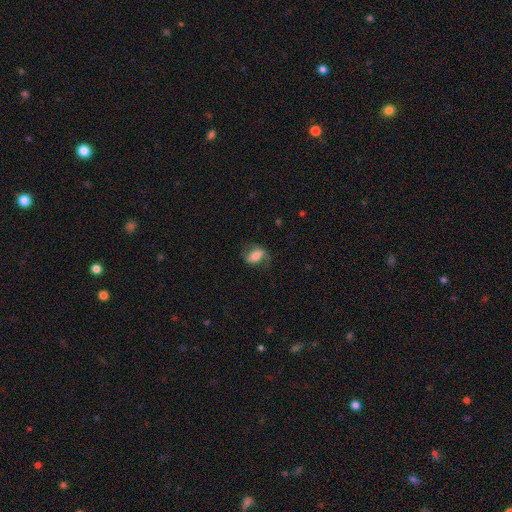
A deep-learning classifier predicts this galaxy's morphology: Smooth or featured: smooth — 48% (featured or disk — 44%)
Merging: none — 61% (minor disturbance — 21%)